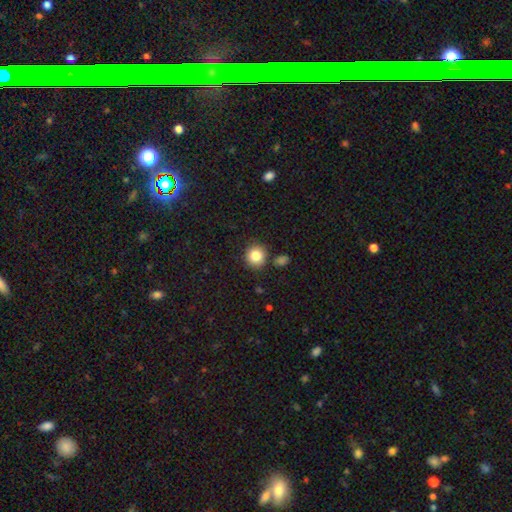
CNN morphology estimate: A smooth galaxy with no disk features (84%) that is round (88%). Merging: none (84%).